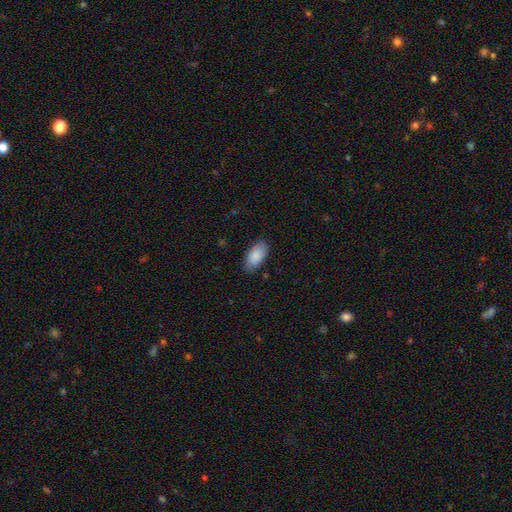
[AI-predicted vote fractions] This appears to be a smooth galaxy with no disk features (88%) that is in between round and cigar-shaped (94%). Merging: none (81%).